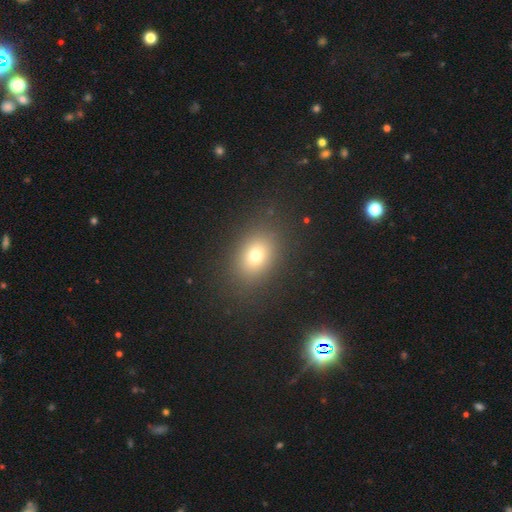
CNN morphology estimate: smooth_or_featured: smooth (p=0.73) [alt: star or artifact p=0.15]
how_rounded: in between (p=0.63) [alt: round p=0.35]
merging: none (p=0.86) [alt: minor disturbance p=0.08]